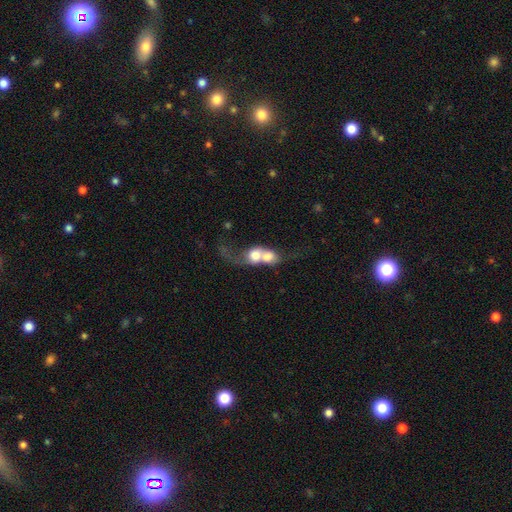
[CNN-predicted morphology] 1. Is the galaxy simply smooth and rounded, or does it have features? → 59% smooth, 32% featured or disk, 9% star or artifact.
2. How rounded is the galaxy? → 55% round, 41% in between, 4% cigar-shaped.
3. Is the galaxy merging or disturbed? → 82% merger, 9% major disturbance, 6% none, 3% minor disturbance.